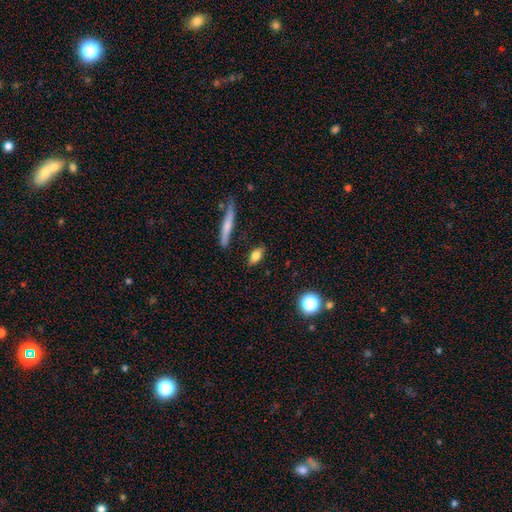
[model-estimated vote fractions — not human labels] smooth 75%, featured or disk 16%, star or artifact 8%. Down the decision tree: how rounded — in between (76%); merging — none (84%).